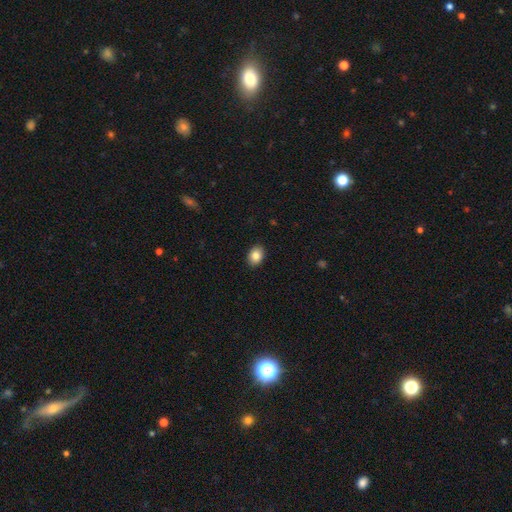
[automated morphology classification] Q: Smooth or featured?
A: smooth (84%); runner-up: star or artifact (8%)
Q: How rounded?
A: in between (70%); runner-up: round (29%)
Q: Merging?
A: none (90%); runner-up: minor disturbance (7%)